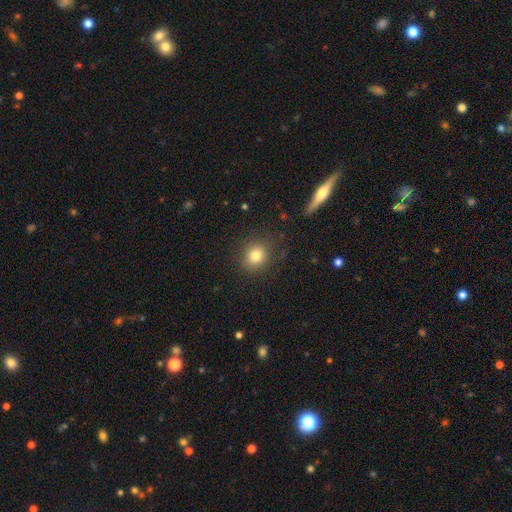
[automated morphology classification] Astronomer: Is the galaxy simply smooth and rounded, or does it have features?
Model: smooth — 80%.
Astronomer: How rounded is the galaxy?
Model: round — 79%.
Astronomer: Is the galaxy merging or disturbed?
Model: none — 85%.